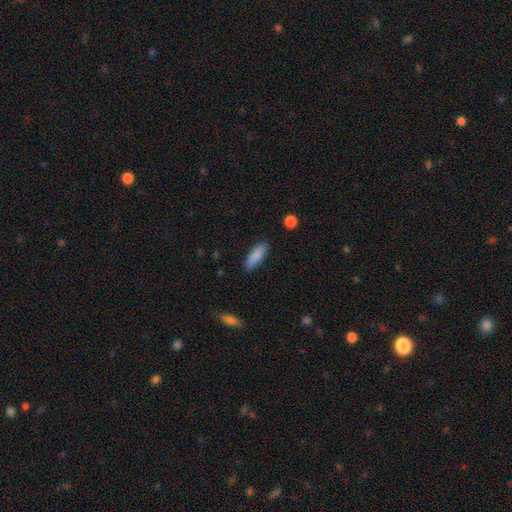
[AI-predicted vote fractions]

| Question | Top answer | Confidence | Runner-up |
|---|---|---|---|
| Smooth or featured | smooth | 87% | featured or disk (7%) |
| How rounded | in between | 59% | cigar-shaped (39%) |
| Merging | none | 81% | minor disturbance (15%) |